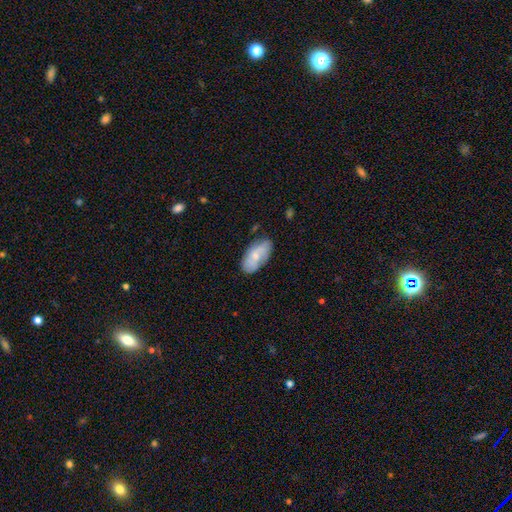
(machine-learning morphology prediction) Smooth or featured? smooth (58%)
How rounded? in between (93%)
Merging? none (70%)